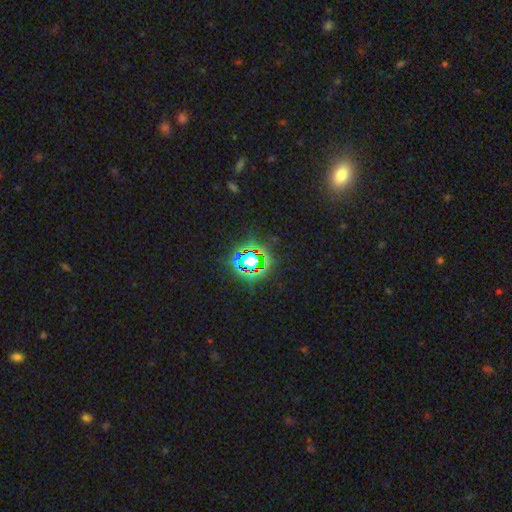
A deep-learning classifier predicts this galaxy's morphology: star or artifact 79%, smooth 14%, featured or disk 8%.